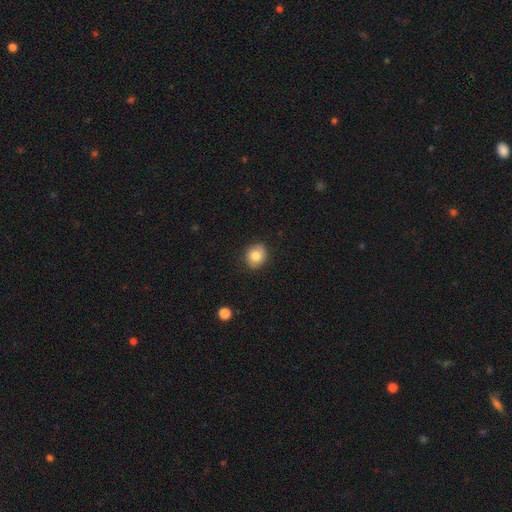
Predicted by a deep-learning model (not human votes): Smooth or featured: smooth — 82% (featured or disk — 10%)
How rounded: round — 72% (in between — 27%)
Merging: none — 84% (minor disturbance — 12%)